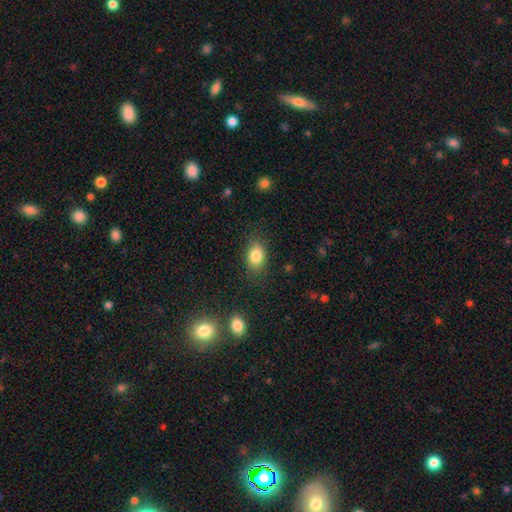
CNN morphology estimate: Smooth or featured? smooth (84%)
How rounded? in between (76%)
Merging? none (81%)